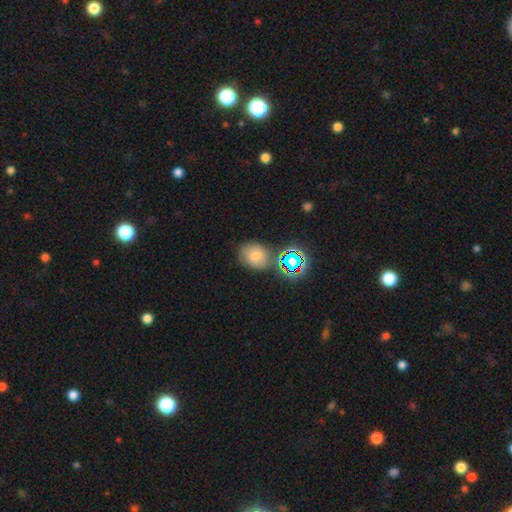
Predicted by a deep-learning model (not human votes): Q: Smooth or featured?
A: smooth (48%); runner-up: star or artifact (30%)
Q: Merging?
A: none (69%); runner-up: minor disturbance (16%)